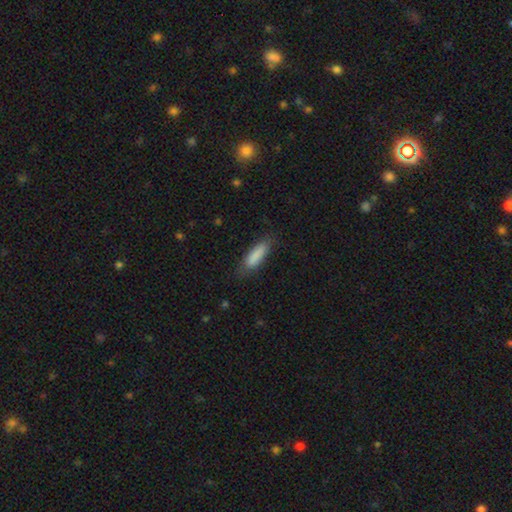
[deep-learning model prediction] smooth_or_featured: smooth (p=0.86) [alt: featured or disk p=0.07]
how_rounded: cigar-shaped (p=0.51) [alt: in between p=0.47]
merging: none (p=0.77) [alt: minor disturbance p=0.17]